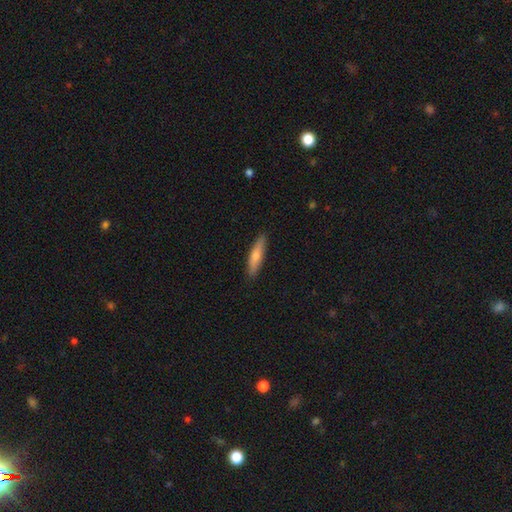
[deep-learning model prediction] The model was most divided on "smooth or featured": smooth: 66%, featured or disk: 28%, star or artifact: 6%. More confident: merging — none (89%); how rounded — cigar-shaped (84%).